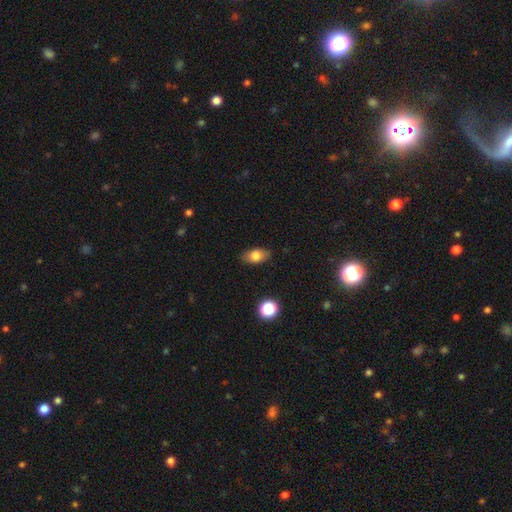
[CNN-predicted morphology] A smooth galaxy with no disk features (80%) that is in between round and cigar-shaped (87%).

Vote fractions:
- Smooth or featured? smooth: 80% / featured or disk: 11% / star or artifact: 9%
- How rounded? in between: 87% / round: 10% / cigar-shaped: 3%
- Merging? none: 85% / minor disturbance: 12% / major disturbance: 3% / merger: 1%